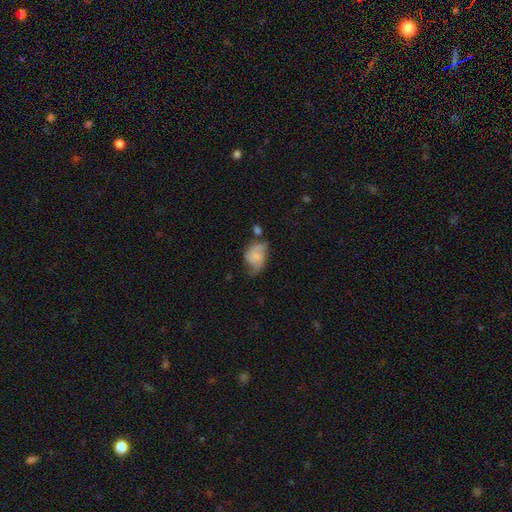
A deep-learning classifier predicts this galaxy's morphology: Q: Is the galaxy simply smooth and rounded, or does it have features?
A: smooth — 49%.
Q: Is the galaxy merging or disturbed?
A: minor disturbance — 35%.